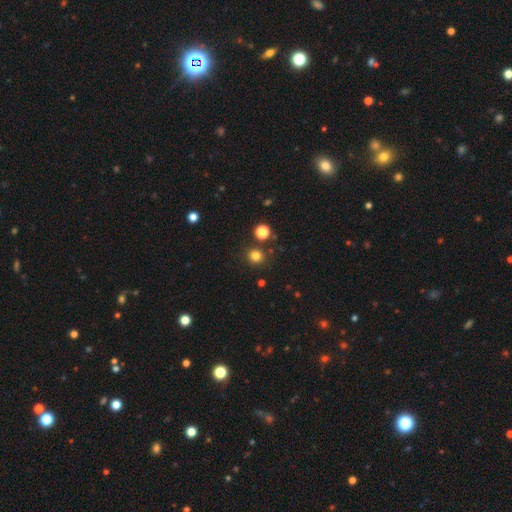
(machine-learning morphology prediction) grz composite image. It shows a smooth galaxy with no disk features (80%) that is round (91%). Merging: none (85%).